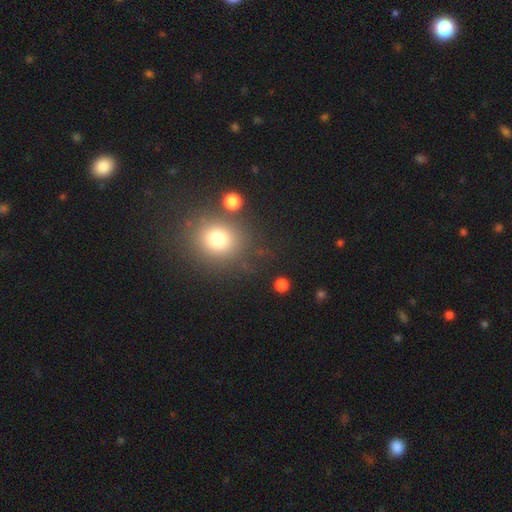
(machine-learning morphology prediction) This is likely a smooth galaxy (61%). How rounded: likely round (71%). Merging: clearly none (84%).